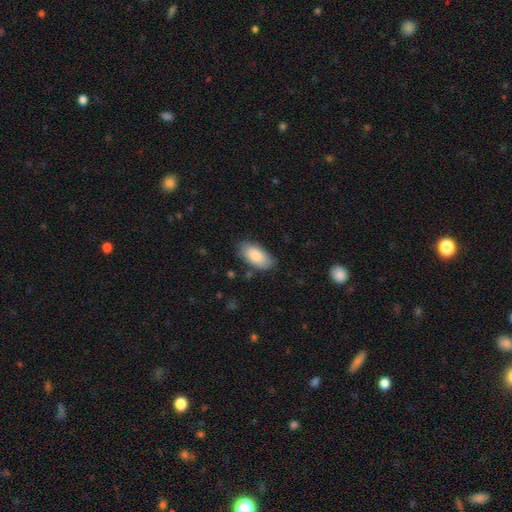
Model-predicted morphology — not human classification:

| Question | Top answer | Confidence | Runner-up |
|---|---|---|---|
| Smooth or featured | smooth | 85% | featured or disk (9%) |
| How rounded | in between | 94% | cigar-shaped (3%) |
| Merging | none | 77% | minor disturbance (18%) |